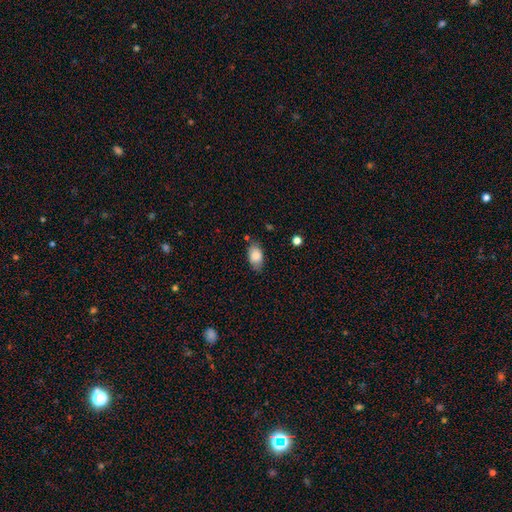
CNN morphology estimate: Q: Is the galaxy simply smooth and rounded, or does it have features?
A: smooth — 84%.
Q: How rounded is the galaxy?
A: in between — 91%.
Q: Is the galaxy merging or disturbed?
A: none — 75%.